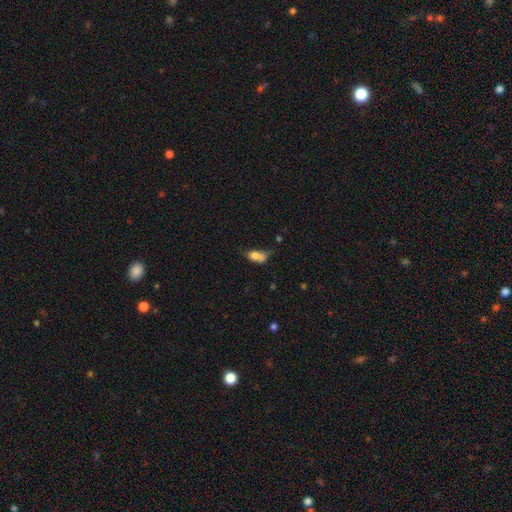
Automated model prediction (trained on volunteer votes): smooth-or-featured: smooth: 70% | featured or disk: 18% | star or artifact: 11%
  how-rounded: in between: 76% | round: 16% | cigar-shaped: 8%
  merging: merger: 29% | minor disturbance: 24% | none: 24% | major disturbance: 23%